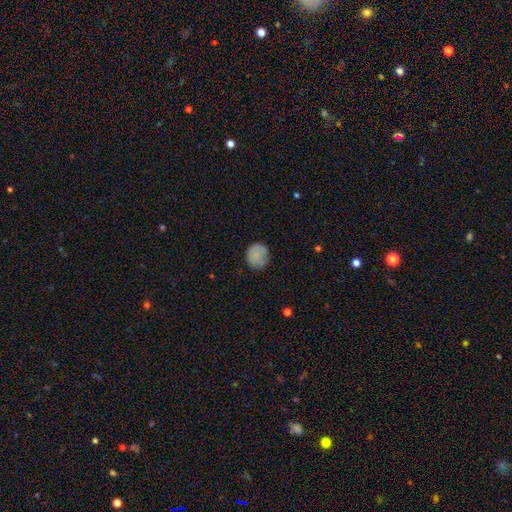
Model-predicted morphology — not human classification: type=smooth (81%); roundness=round (87%); merging=none (79%).